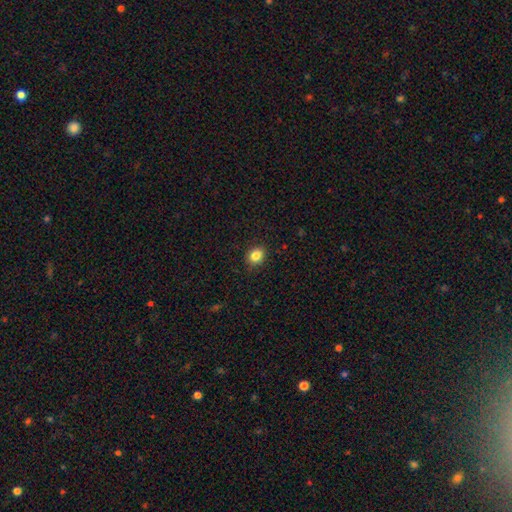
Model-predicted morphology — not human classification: This is clearly a smooth galaxy (85%). How rounded: possibly round (59%). Merging: clearly none (89%).